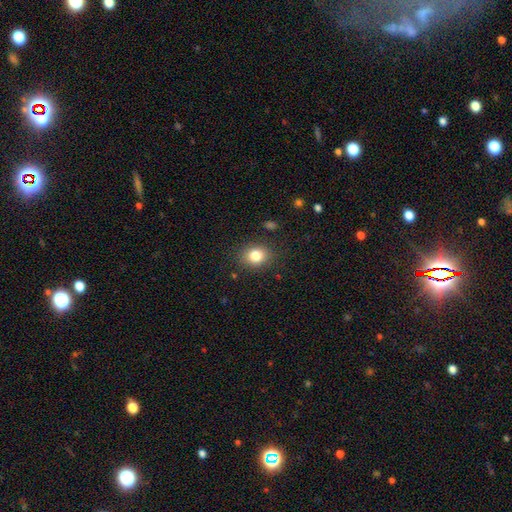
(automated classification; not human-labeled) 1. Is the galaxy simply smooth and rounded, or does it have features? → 82% smooth, 11% star or artifact, 7% featured or disk.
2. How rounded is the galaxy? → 62% round, 37% in between, 1% cigar-shaped.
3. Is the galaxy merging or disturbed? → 85% none, 10% minor disturbance, 3% major disturbance, 2% merger.